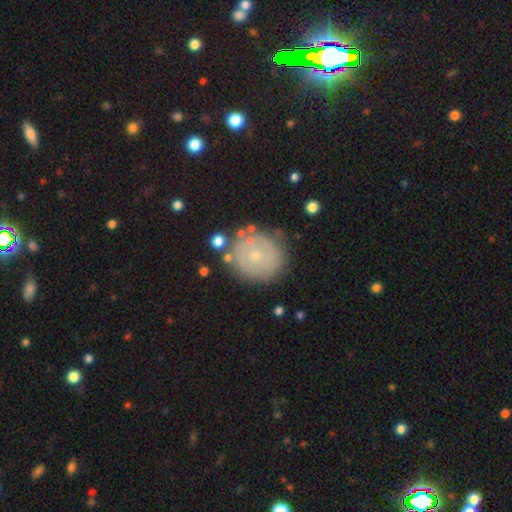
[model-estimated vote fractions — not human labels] Overall: featured or disk (48%; smooth 42%). Merging: none (78%).